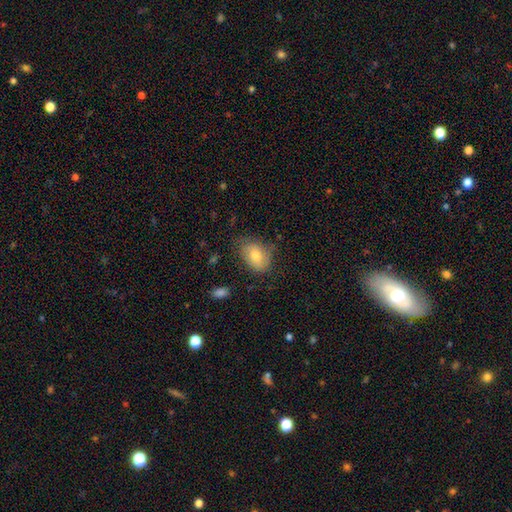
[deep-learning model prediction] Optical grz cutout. It shows a smooth galaxy with no disk features (74%) that is in between round and cigar-shaped (76%). Merging: none (66%).